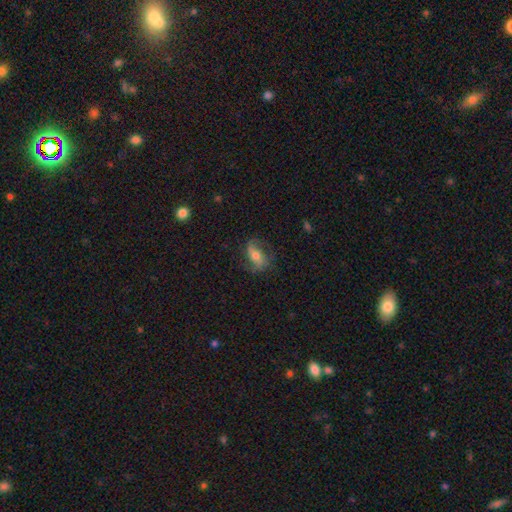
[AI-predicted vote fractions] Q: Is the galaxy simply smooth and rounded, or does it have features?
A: featured or disk — 52%.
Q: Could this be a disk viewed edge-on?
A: no — 92%.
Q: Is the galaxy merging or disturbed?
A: none — 62%.